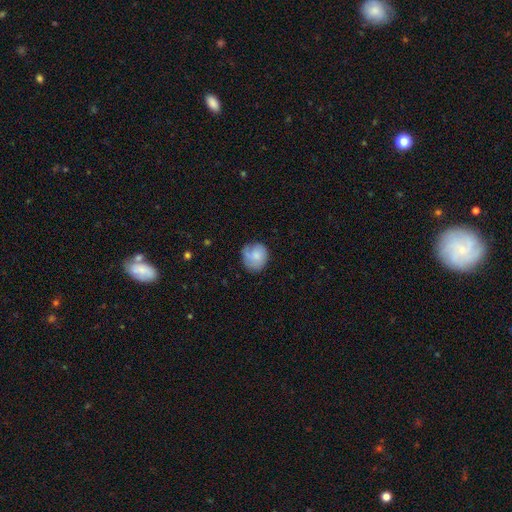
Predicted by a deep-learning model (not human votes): Morphology: type=smooth (69%); roundness=round (78%); merging=none (62%).